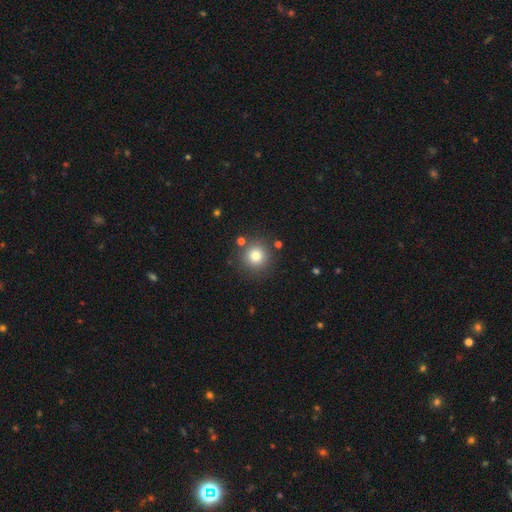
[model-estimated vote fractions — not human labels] The model was most divided on "smooth or featured": smooth: 80%, star or artifact: 12%, featured or disk: 8%. More confident: how rounded — round (95%); merging — none (85%).